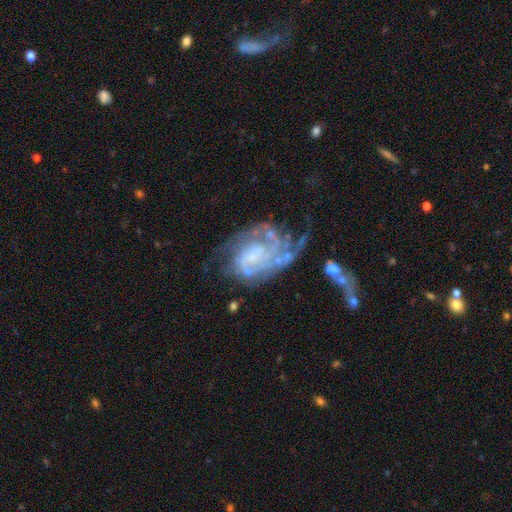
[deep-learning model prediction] Smooth or featured?
  - featured or disk: 82% *
  - smooth: 10%
  - star or artifact: 8%
Edge-on disk?
  - no: 97% *
  - yes: 3%
Bar?
  - no: 70% *
  - weak: 25%
  - strong: 6%
Spiral arms?
  - yes: 87% *
  - no: 13%
Spiral winding?
  - tight: 45% *
  - medium: 35%
  - loose: 20%
Spiral arm count?
  - can't tell: 33% *
  - 2: 28%
  - 3: 14%
  - 1: 13%
  - 4: 6%
  - more than 4: 5%
Bulge size?
  - small: 39% *
  - none: 36%
  - moderate: 18%
  - large: 5%
  - dominant: 2%
Merging?
  - none: 35% *
  - major disturbance: 34%
  - minor disturbance: 20%
  - merger: 11%